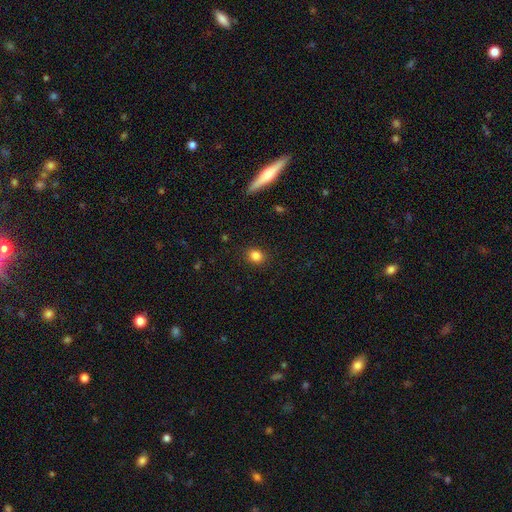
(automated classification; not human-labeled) Morphology: type=smooth (84%); roundness=round (64%); merging=none (89%).